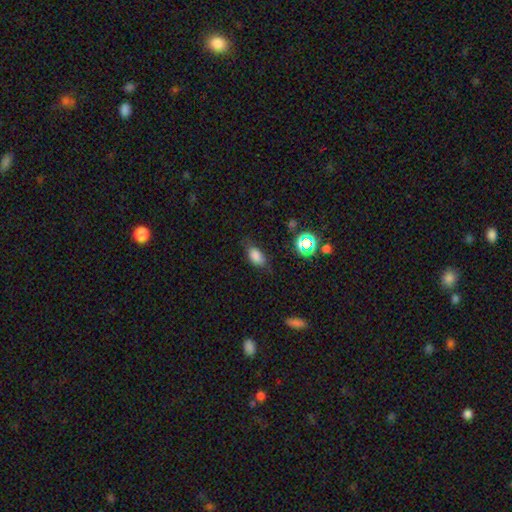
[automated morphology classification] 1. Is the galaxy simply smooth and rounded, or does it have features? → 78% smooth, 13% star or artifact, 9% featured or disk.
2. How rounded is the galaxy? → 86% in between, 8% round, 5% cigar-shaped.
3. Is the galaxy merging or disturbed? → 70% none, 22% minor disturbance, 7% major disturbance, 2% merger.